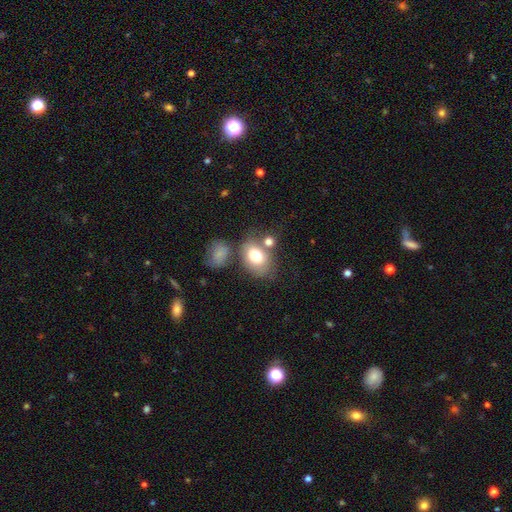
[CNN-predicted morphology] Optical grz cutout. It shows a smooth galaxy with no disk features (75%) that is in between round and cigar-shaped (77%). Merging: none (50%).